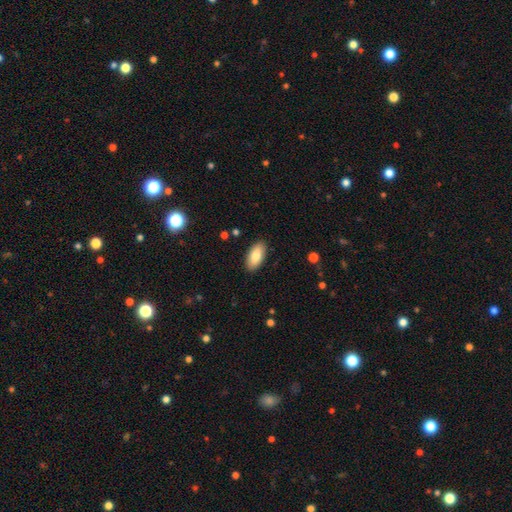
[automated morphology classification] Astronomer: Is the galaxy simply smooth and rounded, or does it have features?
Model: smooth — 82%.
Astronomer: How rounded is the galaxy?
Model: in between — 92%.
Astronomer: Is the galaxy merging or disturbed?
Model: none — 89%.